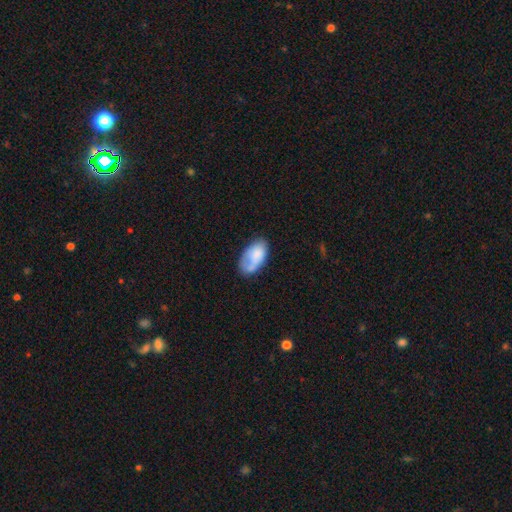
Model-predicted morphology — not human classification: This is likely a smooth galaxy (70%). How rounded: clearly in between (95%). Merging: possibly none (51%).